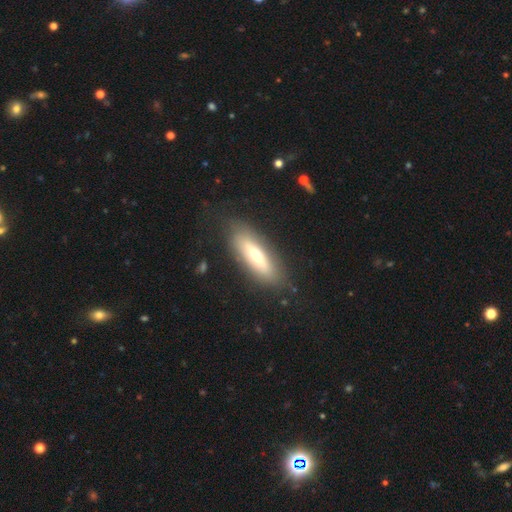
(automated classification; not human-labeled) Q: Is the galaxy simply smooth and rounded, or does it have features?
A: smooth — 52%.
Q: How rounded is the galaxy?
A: in between — 51%.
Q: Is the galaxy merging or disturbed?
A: none — 82%.